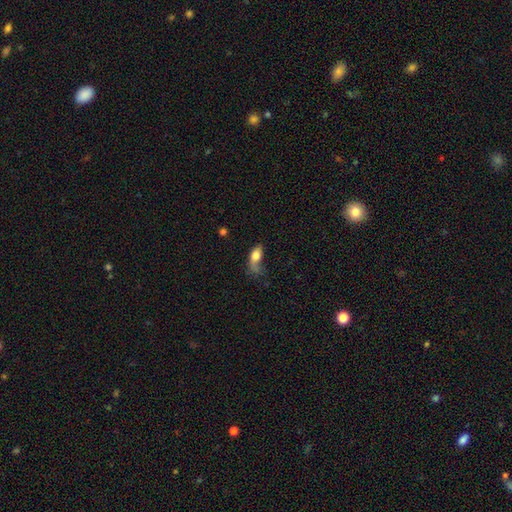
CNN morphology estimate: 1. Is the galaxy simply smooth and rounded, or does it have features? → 75% smooth, 18% featured or disk, 8% star or artifact.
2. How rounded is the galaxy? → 83% in between, 9% cigar-shaped, 8% round.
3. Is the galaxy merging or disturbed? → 37% major disturbance, 28% minor disturbance, 27% none, 7% merger.